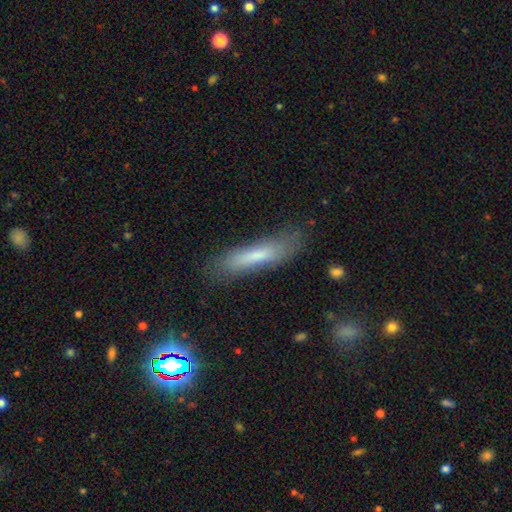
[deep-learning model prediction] Overall: smooth (70%). How rounded: cigar-shaped (83%). Merging: none (73%).